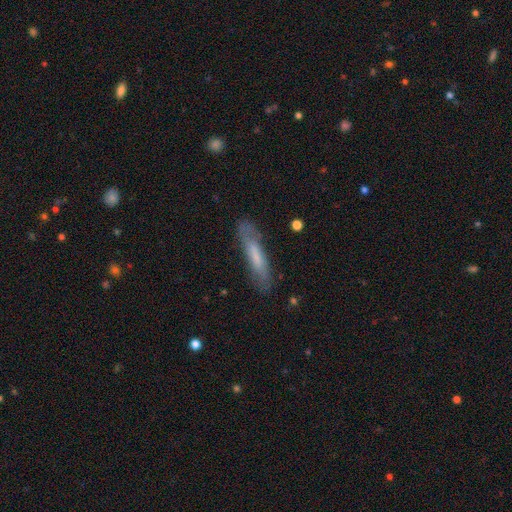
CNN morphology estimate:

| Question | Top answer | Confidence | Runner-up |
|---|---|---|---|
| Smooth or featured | smooth | 56% | featured or disk (37%) |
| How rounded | cigar-shaped | 82% | in between (16%) |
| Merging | none | 77% | minor disturbance (16%) |